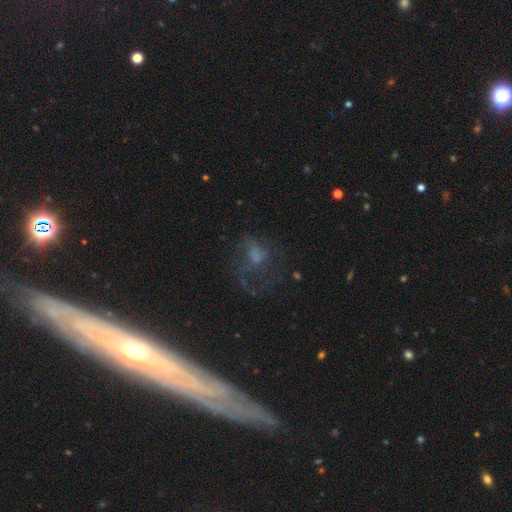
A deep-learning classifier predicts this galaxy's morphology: Q: Smooth or featured?
A: featured or disk (48%); runner-up: smooth (32%)
Q: Merging?
A: major disturbance (45%); runner-up: none (36%)